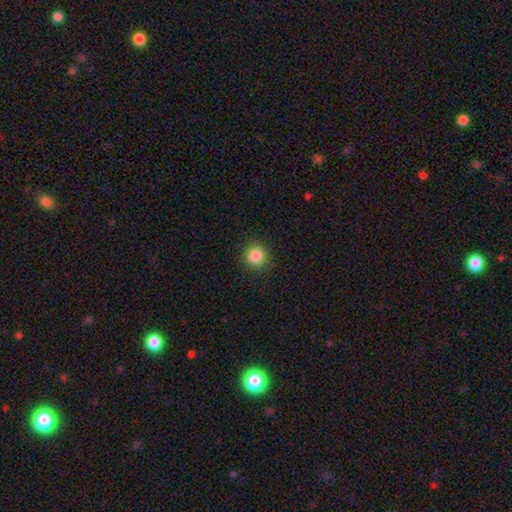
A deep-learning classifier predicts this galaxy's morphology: Q: Smooth or featured?
A: smooth (85%); runner-up: star or artifact (11%)
Q: How rounded?
A: round (91%); runner-up: in between (8%)
Q: Merging?
A: none (87%); runner-up: minor disturbance (9%)